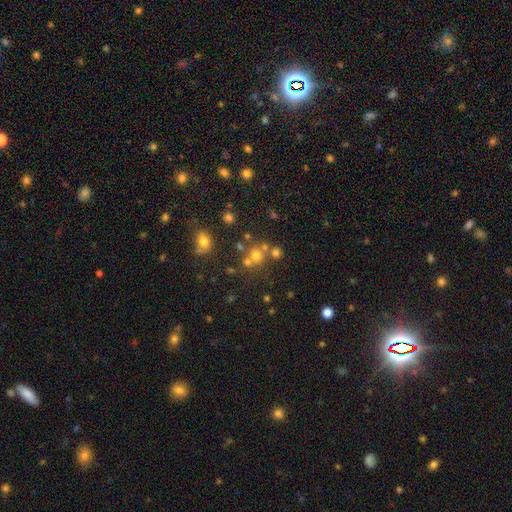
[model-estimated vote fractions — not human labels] This is possibly a smooth galaxy (53%). How rounded: clearly round (85%). Merging: possibly none (57%).